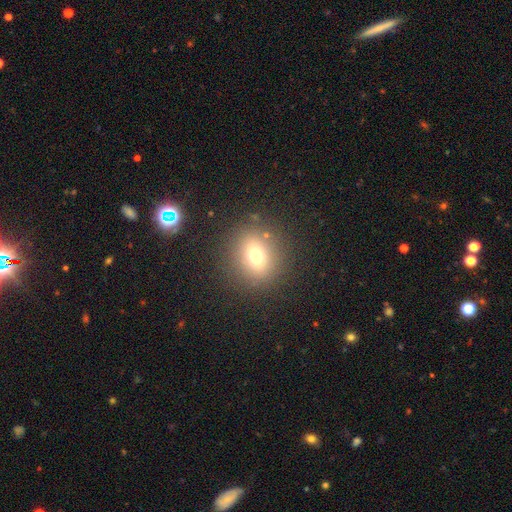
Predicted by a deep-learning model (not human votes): This is likely a smooth galaxy (69%). How rounded: likely round (67%). Merging: clearly none (85%).